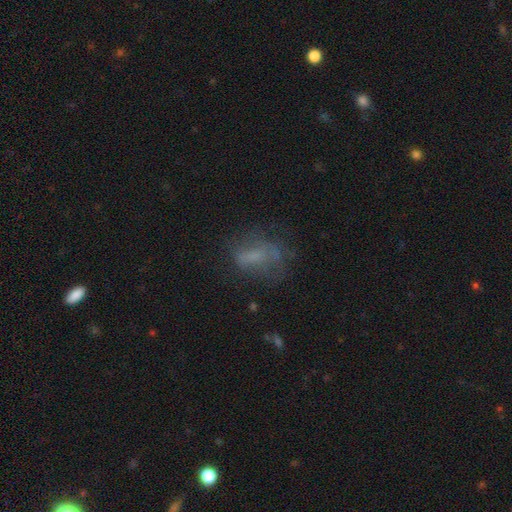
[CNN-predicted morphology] Q: Smooth or featured?
A: smooth (48%); runner-up: featured or disk (34%)
Q: Merging?
A: none (50%); runner-up: major disturbance (25%)